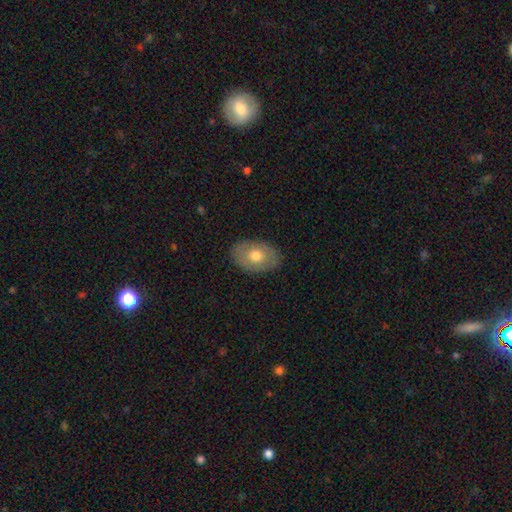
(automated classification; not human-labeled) Q: Smooth or featured?
A: smooth (66%); runner-up: featured or disk (27%)
Q: How rounded?
A: in between (84%); runner-up: round (15%)
Q: Merging?
A: none (87%); runner-up: minor disturbance (10%)